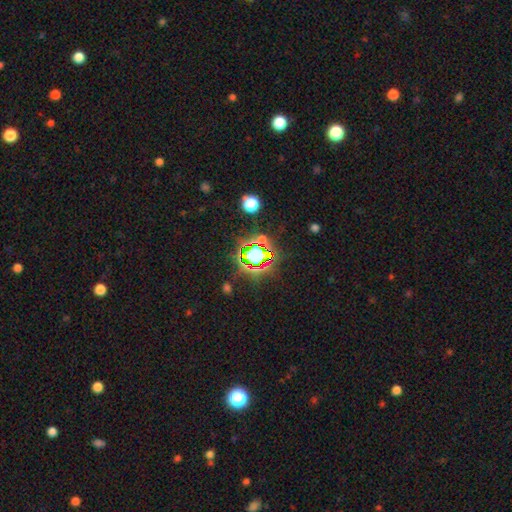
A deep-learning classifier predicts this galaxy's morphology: This appears to be a star or artifact, not a galaxy (71%).